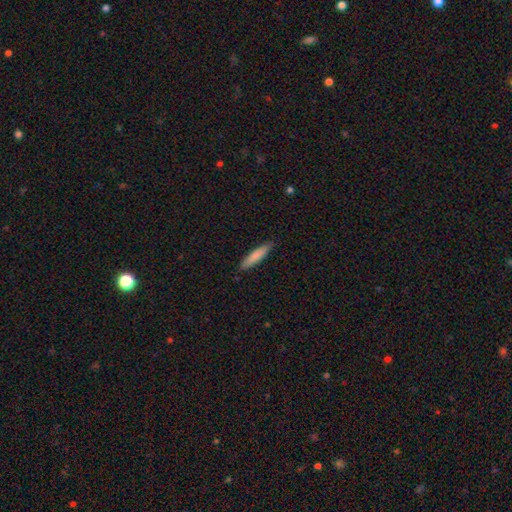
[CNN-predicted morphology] Smooth or featured? smooth (80%)
How rounded? cigar-shaped (84%)
Merging? none (88%)